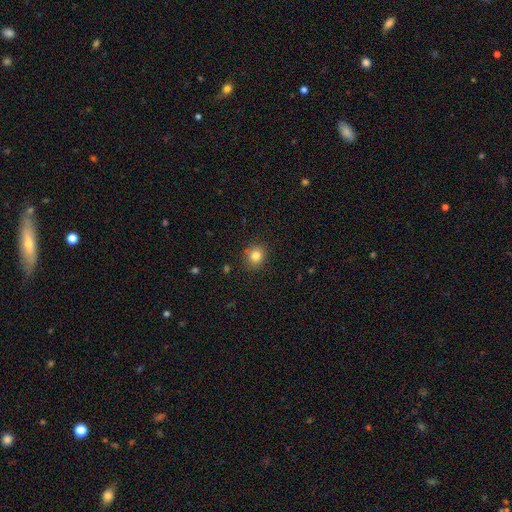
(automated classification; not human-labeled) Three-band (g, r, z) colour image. It shows a smooth galaxy with no disk features (82%) that is round (82%). Merging: none (87%).